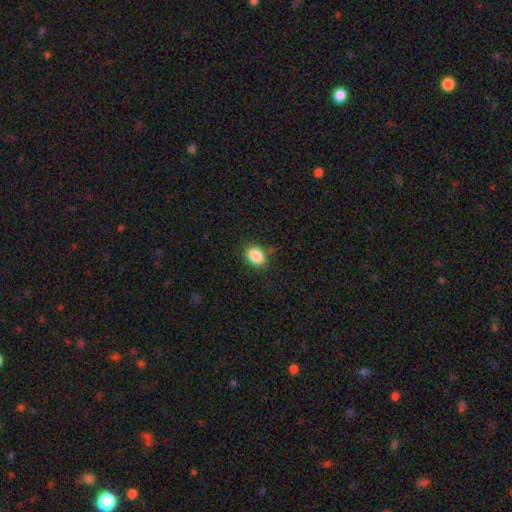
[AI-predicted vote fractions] The model was most divided on "how rounded": in between: 58%, round: 41%, cigar-shaped: 1%. More confident: smooth or featured — smooth (87%); merging — none (84%).